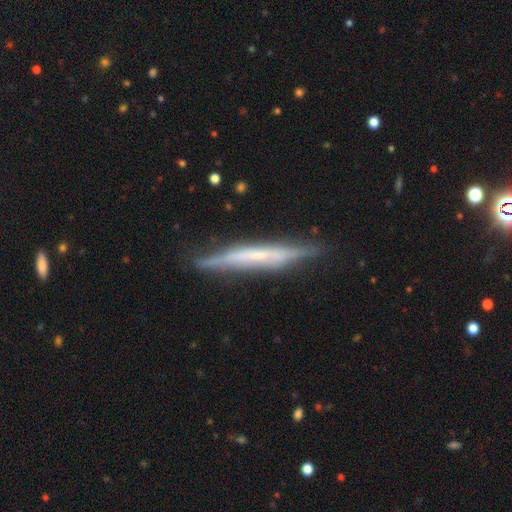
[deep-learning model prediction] This is likely a featured or disk galaxy (65%). It is clearly viewed edge-on (91%). Edge-on bulge: likely none (65%). Merging: likely none (77%).